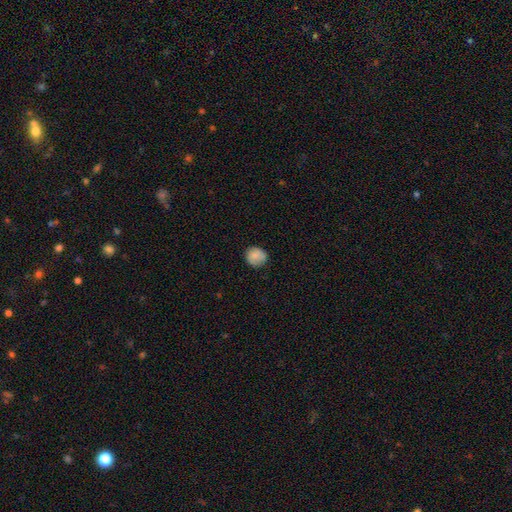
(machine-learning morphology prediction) Smooth or featured? Predicted: smooth (p=0.84). How rounded? Predicted: round (p=0.86). Merging? Predicted: none (p=0.83).